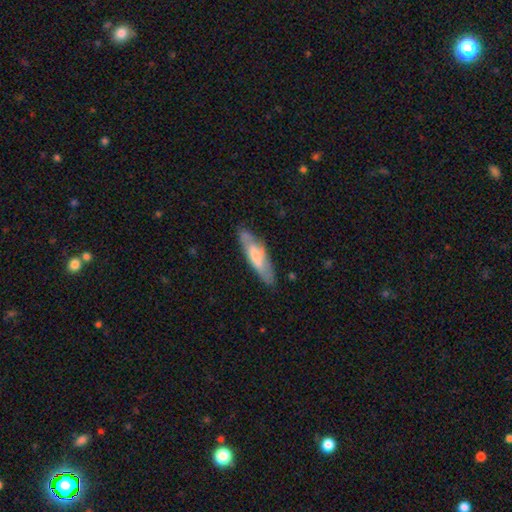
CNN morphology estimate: smooth 58%, featured or disk 36%, star or artifact 6%. Down the decision tree: how rounded — cigar-shaped (63%); merging — none (74%).